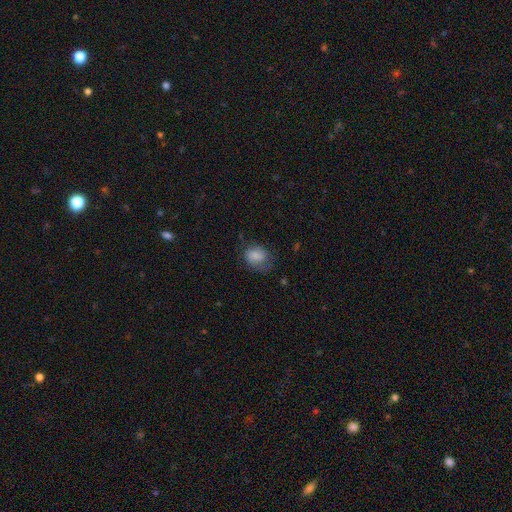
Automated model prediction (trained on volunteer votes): Overall: smooth (78%). How rounded: in between (60%; round 39%). Merging: none (53%; minor disturbance 29%).